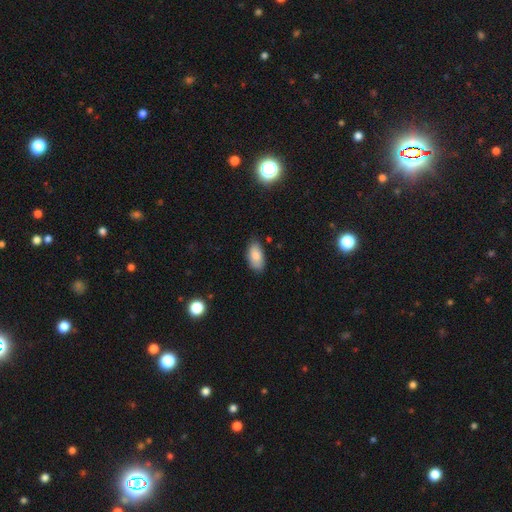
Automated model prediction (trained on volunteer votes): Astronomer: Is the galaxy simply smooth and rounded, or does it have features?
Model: smooth — 84%.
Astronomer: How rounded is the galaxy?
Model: in between — 93%.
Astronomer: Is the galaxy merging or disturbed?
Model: none — 79%.